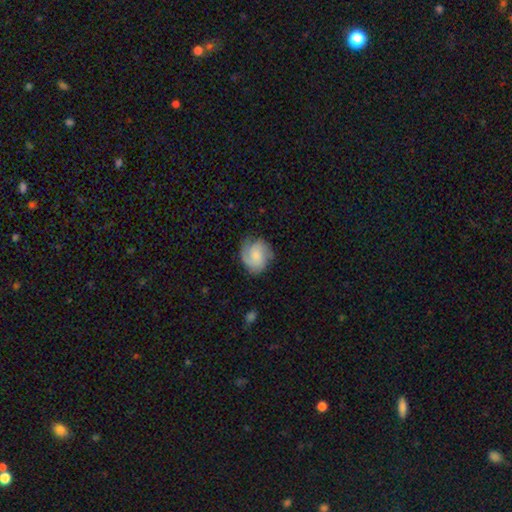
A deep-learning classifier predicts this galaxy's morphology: type=featured or disk (64%); edge-on=no (98%); bar=no (65%); spiral arms=yes (94%); winding=tight (45%); arm count=2 (50%); bulge=small (43%); merging=none (73%).